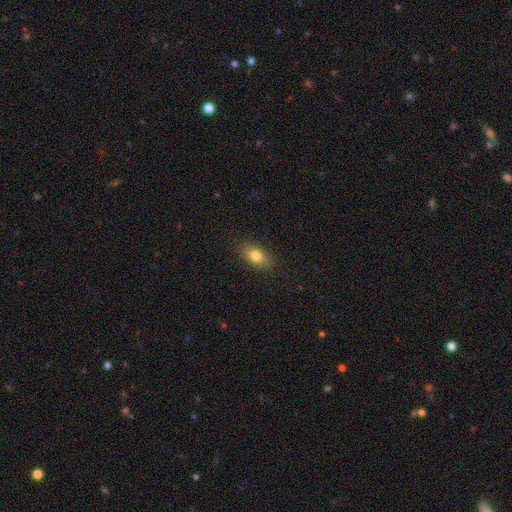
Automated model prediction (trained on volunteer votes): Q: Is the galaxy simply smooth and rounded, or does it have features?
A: smooth — 80%.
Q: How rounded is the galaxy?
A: in between — 86%.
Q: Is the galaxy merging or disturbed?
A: none — 86%.